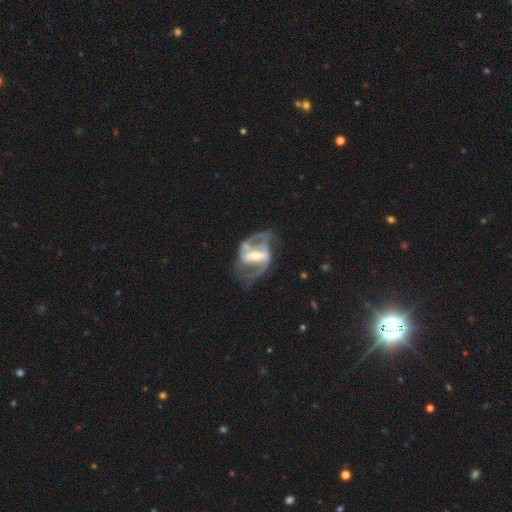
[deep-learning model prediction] featured or disk 89%, smooth 6%, star or artifact 5%. Down the decision tree: edge-on disk — no (96%); bar — strong (70%); spiral arms — yes (92%); spiral arm count — 2 (90%); spiral winding — medium (56%); bulge size — moderate (47%); merging — none (63%).